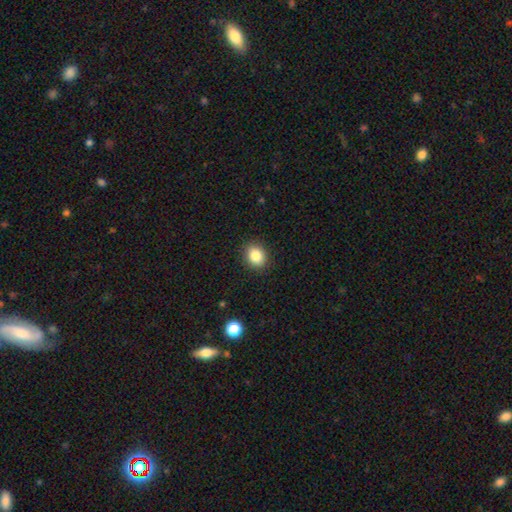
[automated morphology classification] This appears to be a smooth galaxy with no disk features (84%) that is round (57%). Merging: none (90%).